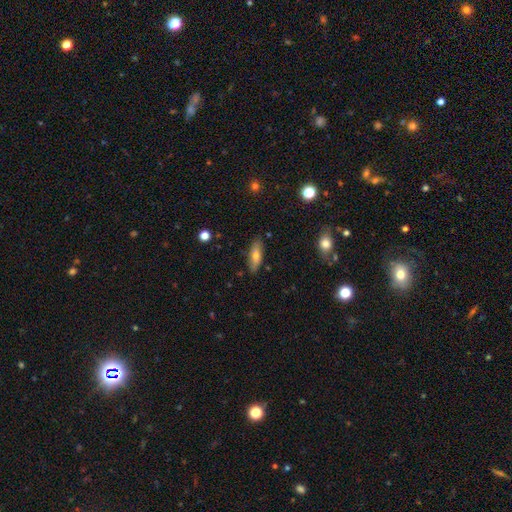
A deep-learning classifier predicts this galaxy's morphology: A smooth galaxy with no disk features (64%) that is in between round and cigar-shaped (57%). Merging: none (84%).